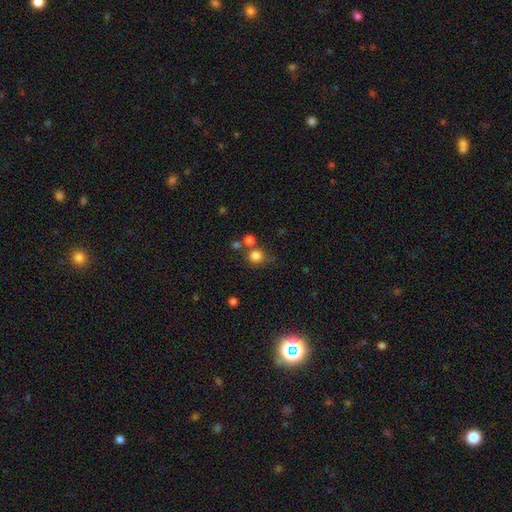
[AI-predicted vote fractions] Overall: smooth (81%). How rounded: round (86%). Merging: none (59%; merger 24%).